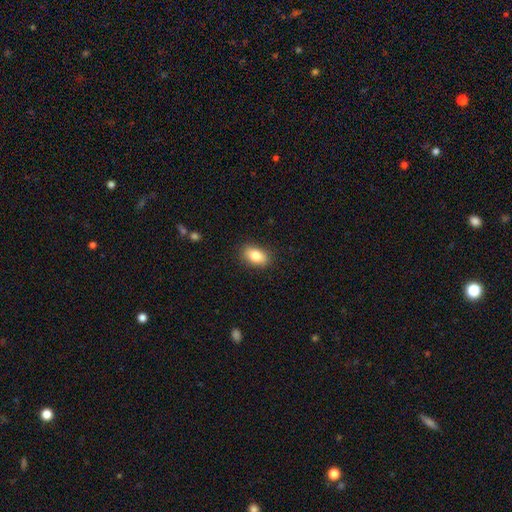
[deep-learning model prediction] Smooth or featured?
  - smooth: 84% *
  - featured or disk: 8%
  - star or artifact: 8%
How rounded?
  - in between: 89% *
  - round: 9%
  - cigar-shaped: 2%
Merging?
  - none: 88% *
  - minor disturbance: 9%
  - major disturbance: 2%
  - merger: 1%